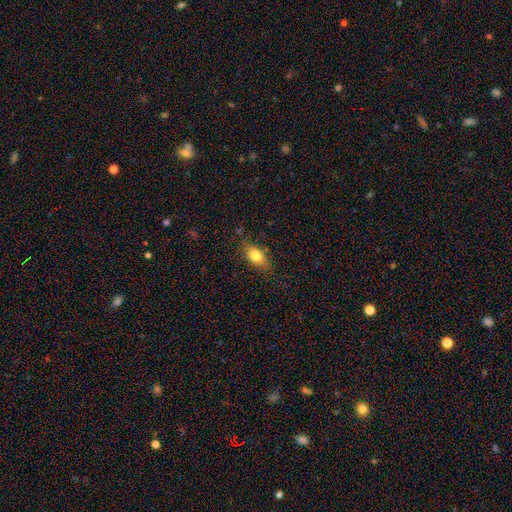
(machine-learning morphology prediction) smooth 79%, featured or disk 12%, star or artifact 8%. Down the decision tree: how rounded — in between (82%); merging — none (78%).